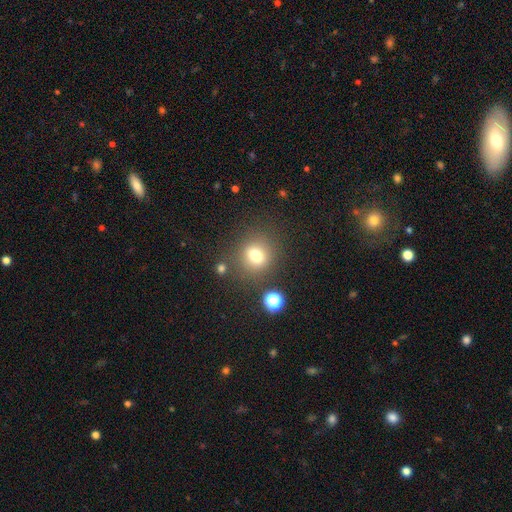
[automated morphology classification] A smooth galaxy with no disk features (75%) that is round (77%).

Vote fractions:
- Smooth or featured? smooth: 75% / star or artifact: 15% / featured or disk: 10%
- How rounded? round: 77% / in between: 22% / cigar-shaped: 1%
- Merging? none: 78% / minor disturbance: 11% / merger: 6% / major disturbance: 5%